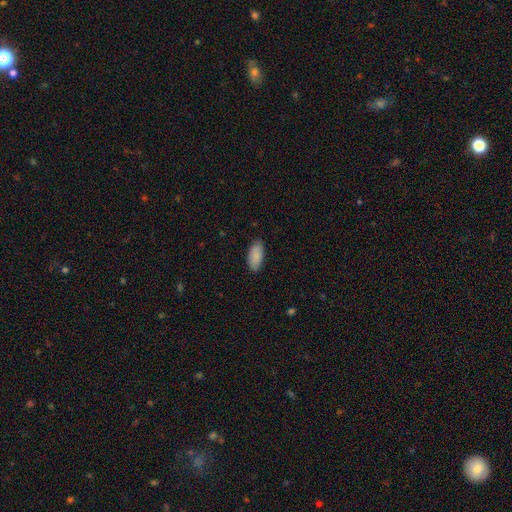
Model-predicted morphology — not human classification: smooth-or-featured: smooth: 88% | star or artifact: 6% | featured or disk: 6%
  how-rounded: in between: 92% | cigar-shaped: 6% | round: 2%
  merging: none: 85% | minor disturbance: 12% | major disturbance: 2% | merger: 1%